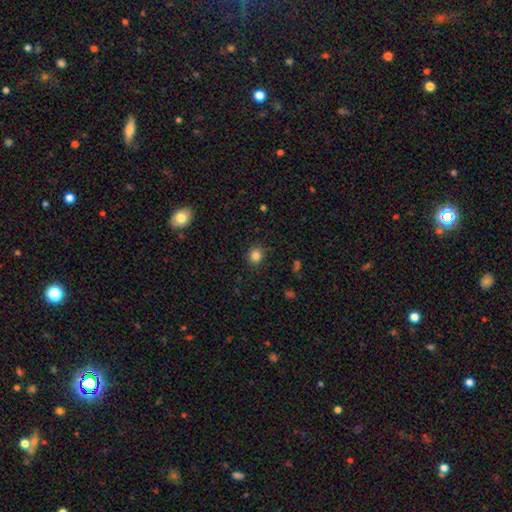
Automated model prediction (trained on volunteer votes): Morphology: type=smooth (84%); roundness=round (83%); merging=none (83%).